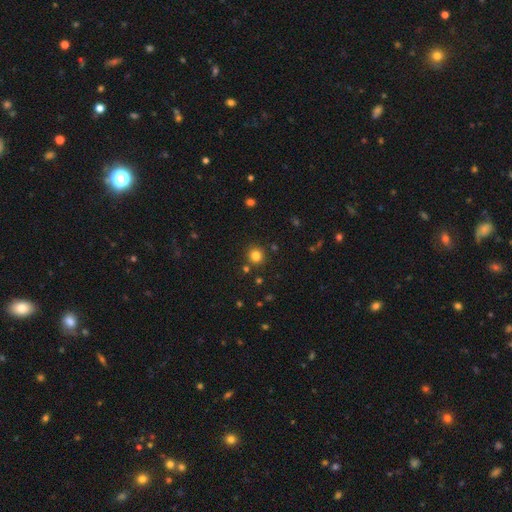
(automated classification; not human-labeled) Smooth or featured? smooth (81%)
How rounded? round (91%)
Merging? none (85%)